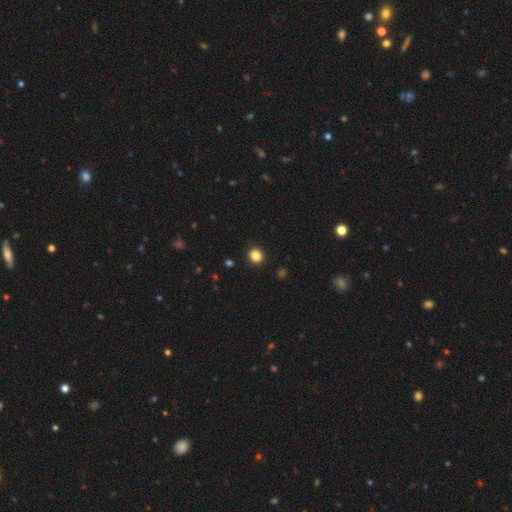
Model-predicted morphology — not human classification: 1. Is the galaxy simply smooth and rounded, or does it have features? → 85% smooth, 11% star or artifact, 4% featured or disk.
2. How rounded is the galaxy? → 78% round, 21% in between, 1% cigar-shaped.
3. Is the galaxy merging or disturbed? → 92% none, 5% minor disturbance, 2% major disturbance, 1% merger.